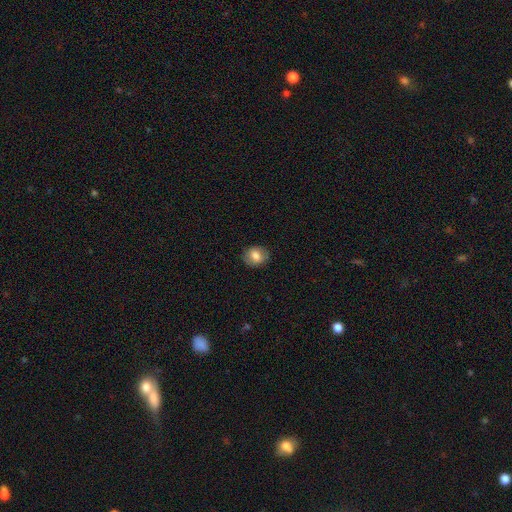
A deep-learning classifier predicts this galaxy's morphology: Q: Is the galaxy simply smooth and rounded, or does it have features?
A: smooth — 74%.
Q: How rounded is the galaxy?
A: round — 54%.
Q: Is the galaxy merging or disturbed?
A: none — 85%.